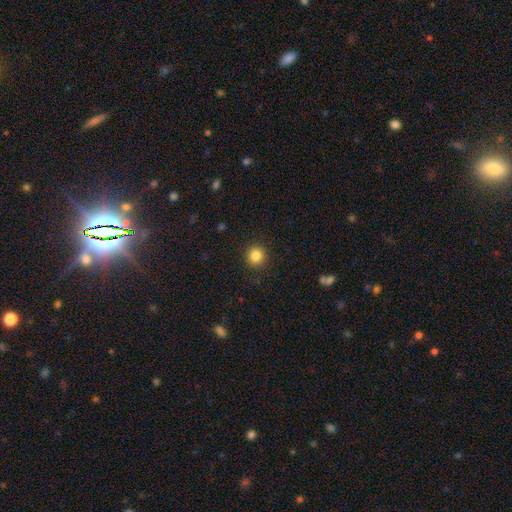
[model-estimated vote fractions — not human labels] This appears to be a smooth galaxy with no disk features (85%) that is round (93%). Merging: none (91%).